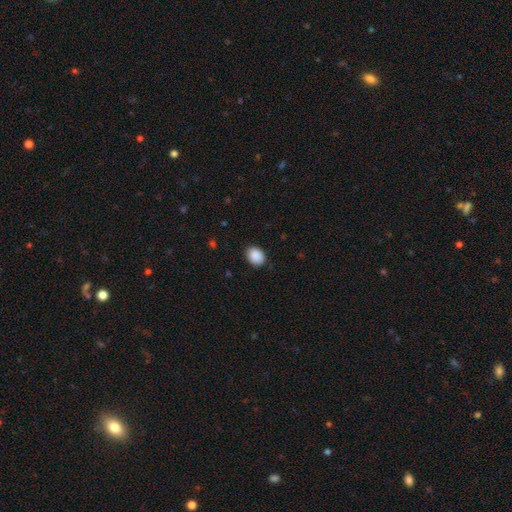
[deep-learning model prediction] Q: Smooth or featured?
A: smooth (90%); runner-up: star or artifact (8%)
Q: How rounded?
A: in between (59%); runner-up: round (40%)
Q: Merging?
A: none (88%); runner-up: minor disturbance (9%)